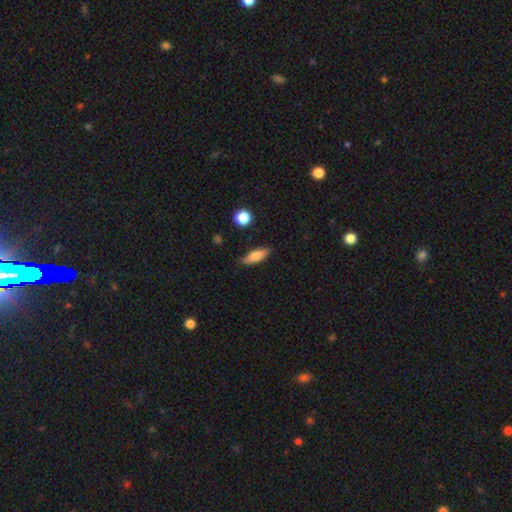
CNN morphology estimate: type=smooth (77%); roundness=in between (59%); merging=none (81%).